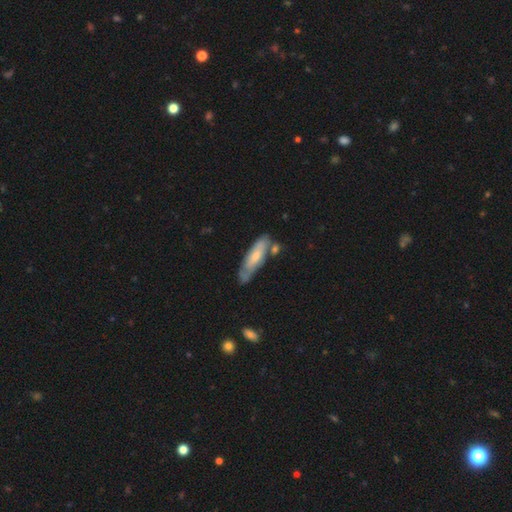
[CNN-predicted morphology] Q: Smooth or featured?
A: smooth (53%); runner-up: featured or disk (41%)
Q: How rounded?
A: cigar-shaped (60%); runner-up: in between (39%)
Q: Merging?
A: none (57%); runner-up: minor disturbance (24%)